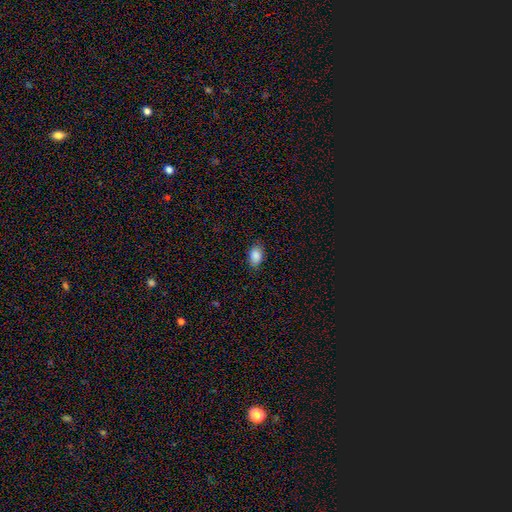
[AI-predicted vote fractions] Smooth or featured: smooth — 88% (star or artifact — 8%)
How rounded: in between — 88% (round — 10%)
Merging: none — 84% (minor disturbance — 12%)